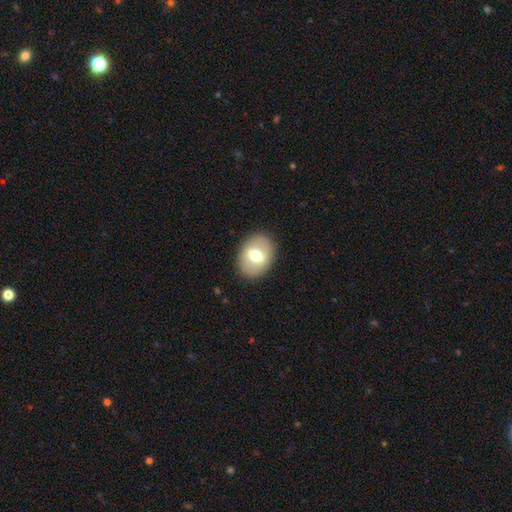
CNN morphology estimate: A smooth galaxy with no disk features (62%) that is in between round and cigar-shaped (68%).

Vote fractions:
- Smooth or featured? smooth: 62% / featured or disk: 30% / star or artifact: 7%
- How rounded? in between: 68% / round: 31% / cigar-shaped: 1%
- Merging? none: 87% / minor disturbance: 9% / major disturbance: 3% / merger: 1%